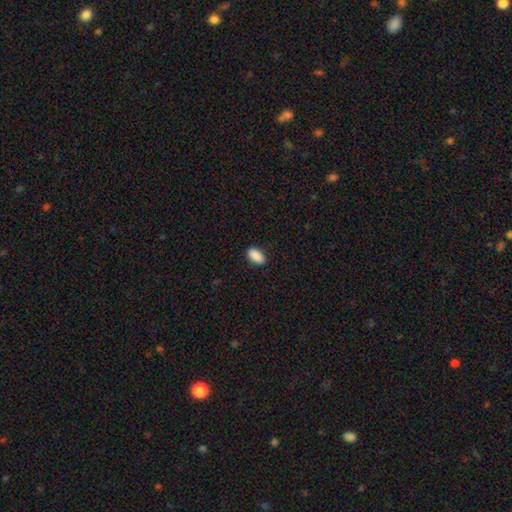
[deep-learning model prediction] Q: Smooth or featured?
A: smooth (90%); runner-up: star or artifact (7%)
Q: How rounded?
A: in between (93%); runner-up: cigar-shaped (4%)
Q: Merging?
A: none (88%); runner-up: minor disturbance (9%)